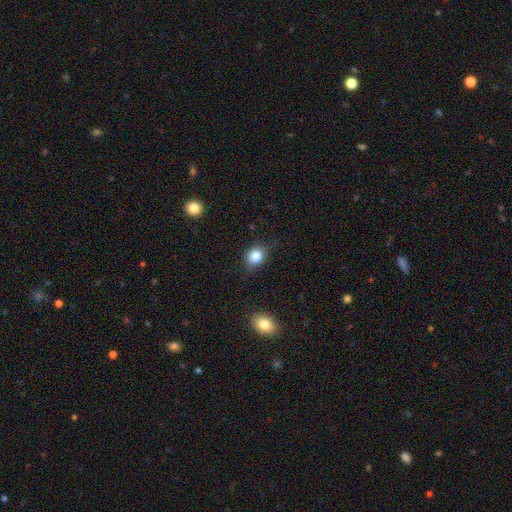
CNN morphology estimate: A smooth galaxy with no disk features (80%) that is round (60%).

Vote fractions:
- Smooth or featured? smooth: 80% / star or artifact: 11% / featured or disk: 8%
- How rounded? round: 60% / in between: 39% / cigar-shaped: 1%
- Merging? none: 77% / minor disturbance: 18% / major disturbance: 4% / merger: 1%